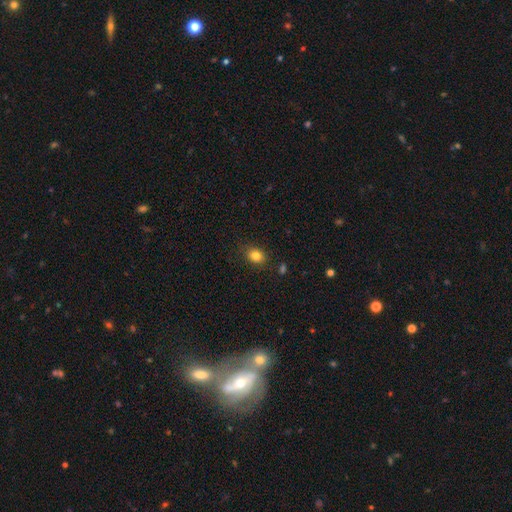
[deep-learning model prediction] Overall: smooth (83%). How rounded: in between (53%; round 46%). Merging: none (84%).